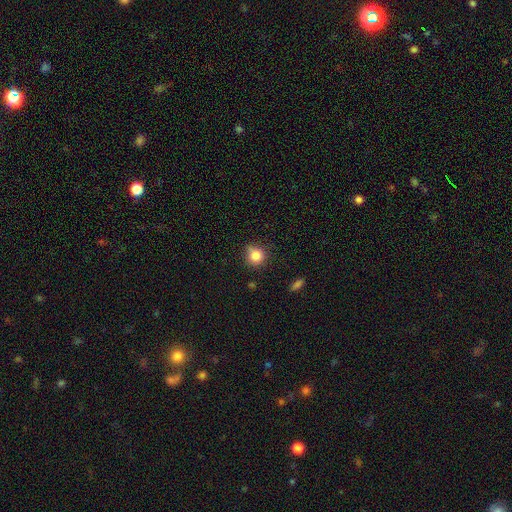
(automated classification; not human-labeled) smooth_or_featured: smooth (p=0.83) [alt: star or artifact p=0.11]
how_rounded: round (p=0.89) [alt: in between p=0.10]
merging: none (p=0.72) [alt: minor disturbance p=0.21]